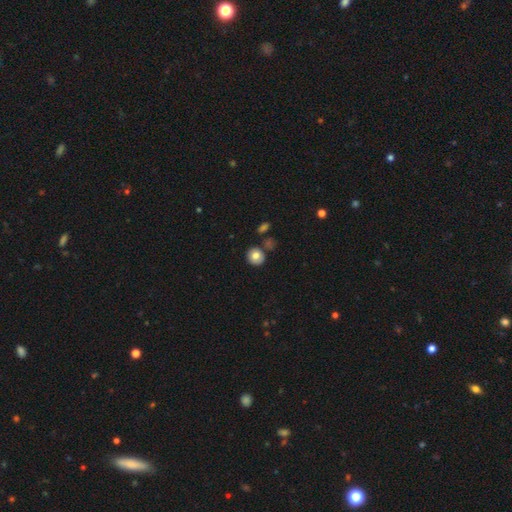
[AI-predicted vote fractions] The model was most divided on "smooth or featured": smooth: 78%, featured or disk: 13%, star or artifact: 9%. More confident: how rounded — round (84%); merging — none (81%).